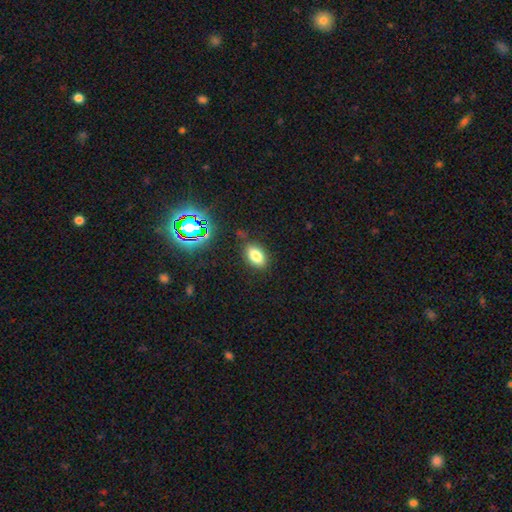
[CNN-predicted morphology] A smooth galaxy with no disk features (78%) that is in between round and cigar-shaped (88%).

Vote fractions:
- Smooth or featured? smooth: 78% / star or artifact: 14% / featured or disk: 8%
- How rounded? in between: 88% / round: 10% / cigar-shaped: 2%
- Merging? none: 83% / minor disturbance: 12% / major disturbance: 3% / merger: 2%